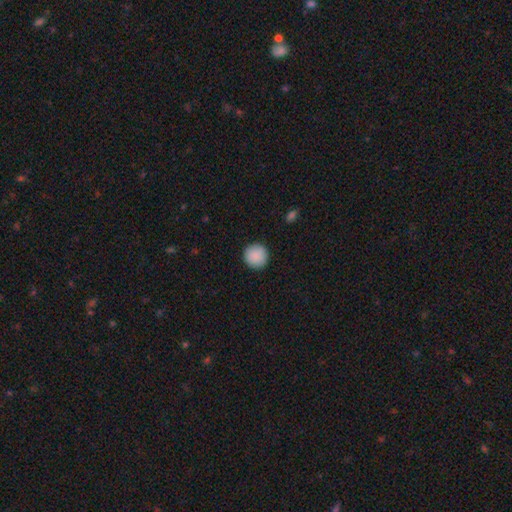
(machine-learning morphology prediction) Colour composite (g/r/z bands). It shows a smooth galaxy with no disk features (90%) that is round (95%). Merging: none (92%).